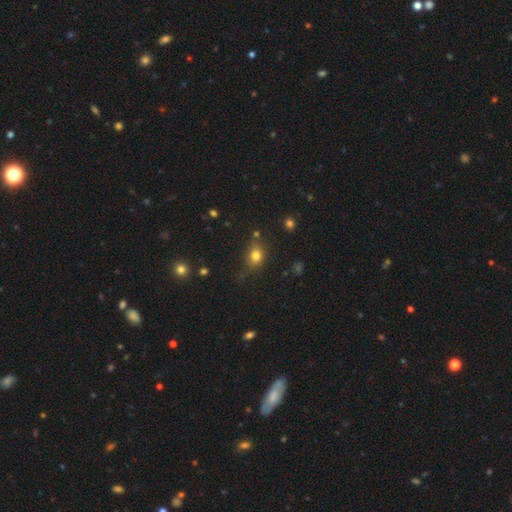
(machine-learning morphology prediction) Overall: smooth (77%). How rounded: in between (50%; round 48%). Merging: none (63%; minor disturbance 23%).